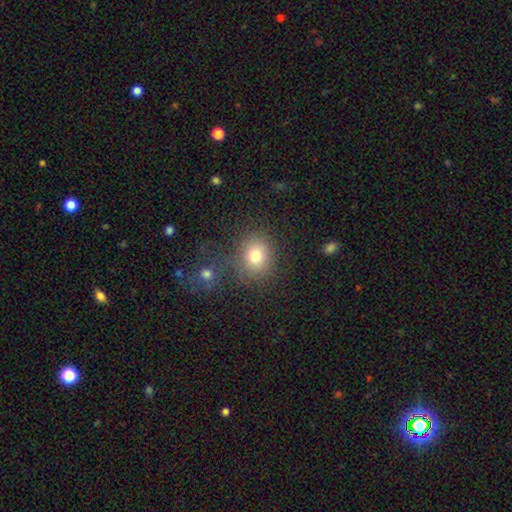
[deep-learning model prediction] A smooth galaxy with no disk features (77%) that is round (73%). Merging: none (70%).